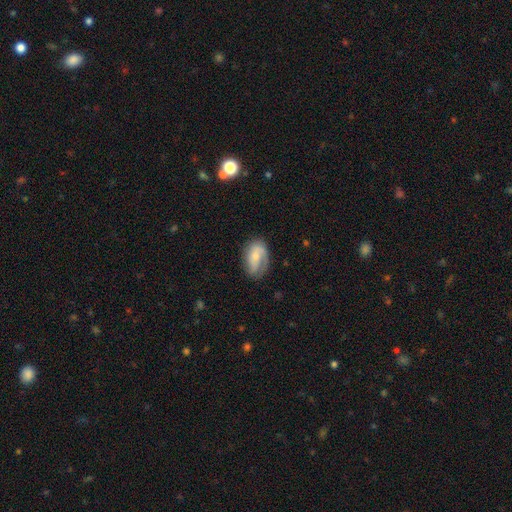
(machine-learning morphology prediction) A featured or disk galaxy (50%). Merging: none (62%).